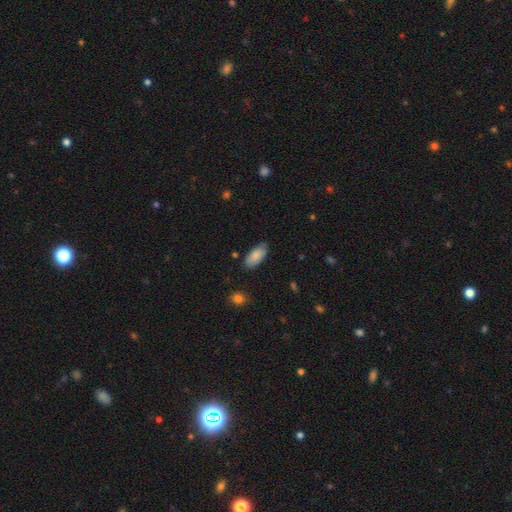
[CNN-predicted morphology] smooth-or-featured: smooth: 85% | featured or disk: 9% | star or artifact: 6%
  how-rounded: in between: 90% | cigar-shaped: 9% | round: 2%
  merging: none: 81% | minor disturbance: 15% | major disturbance: 3% | merger: 2%